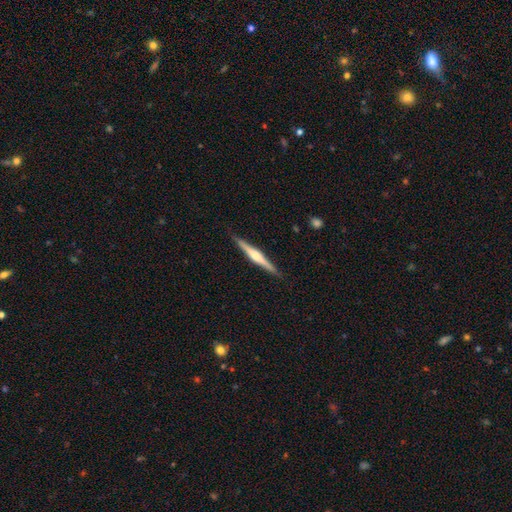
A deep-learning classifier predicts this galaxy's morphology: A featured or disk galaxy (73%) viewed edge-on (98%) with a rounded central bulge (83%).

Vote fractions:
- Smooth or featured? featured or disk: 73% / smooth: 22% / star or artifact: 5%
- Edge-on disk? yes: 98% / no: 2%
- Edge-on bulge? rounded: 83% / boxy: 11% / none: 7%
- Merging? none: 90% / minor disturbance: 7% / major disturbance: 1% / merger: 1%